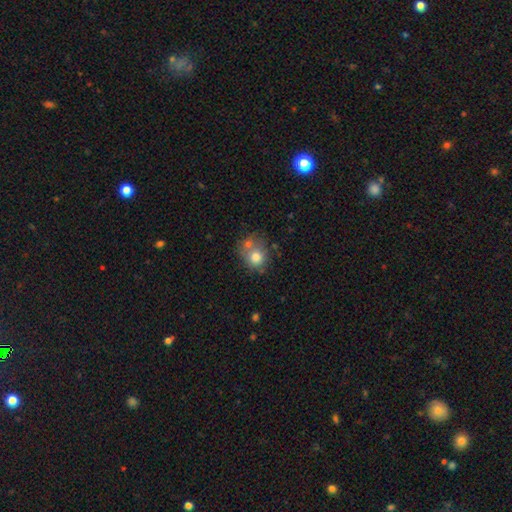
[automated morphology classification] This appears to be a smooth galaxy with no disk features (75%) that is round (76%). Merging: none (43%).